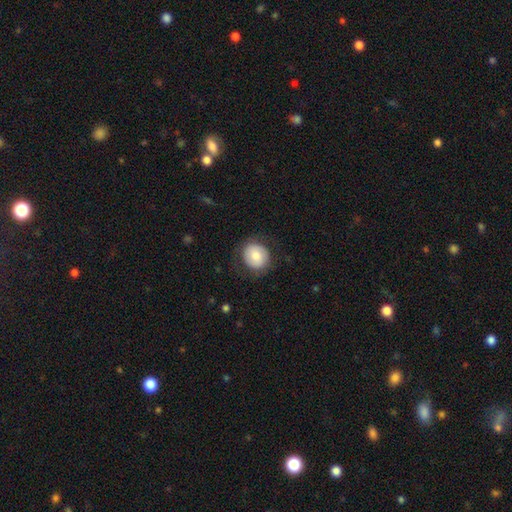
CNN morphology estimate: A smooth galaxy with no disk features (76%) that is round (80%). Merging: none (79%).